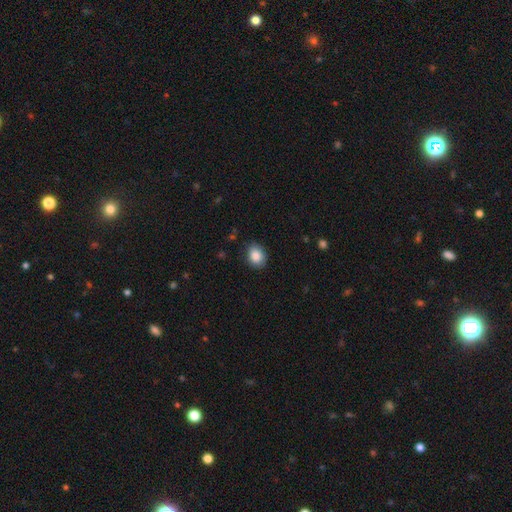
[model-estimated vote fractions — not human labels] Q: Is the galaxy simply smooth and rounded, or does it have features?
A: smooth — 86%.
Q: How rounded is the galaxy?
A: in between — 57%.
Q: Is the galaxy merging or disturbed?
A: none — 85%.